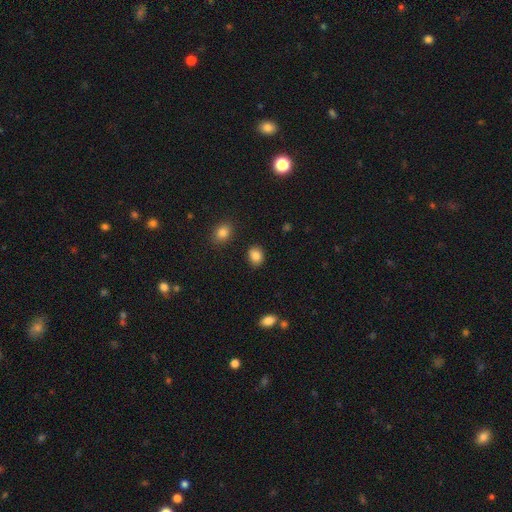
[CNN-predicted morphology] This appears to be a smooth galaxy with no disk features (85%) that is round (51%). Merging: none (85%).